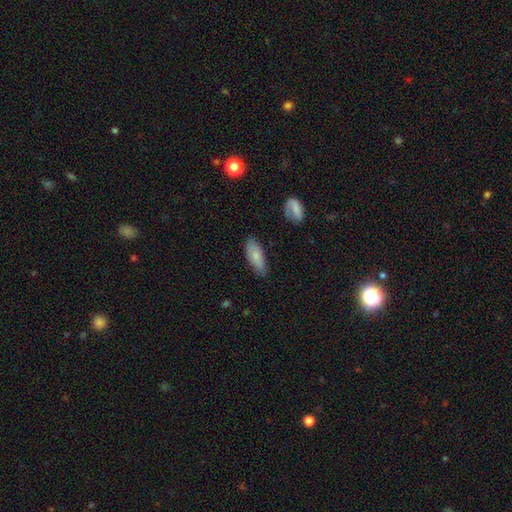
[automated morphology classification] Overall: smooth (80%). How rounded: in between (76%). Merging: none (80%).